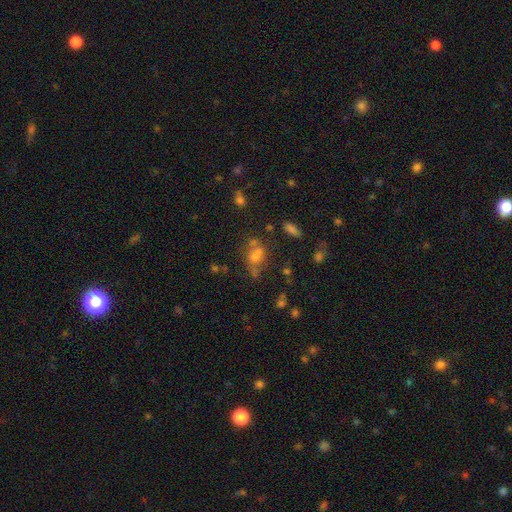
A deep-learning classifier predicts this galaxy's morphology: Smooth or featured? smooth (51%)
How rounded? in between (56%)
Merging? none (44%)